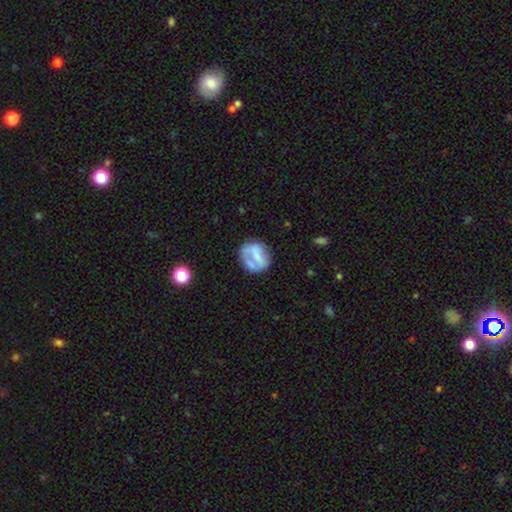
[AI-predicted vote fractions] This is possibly a smooth galaxy (53%). How rounded: likely round (76%). Merging: possibly none (58%).